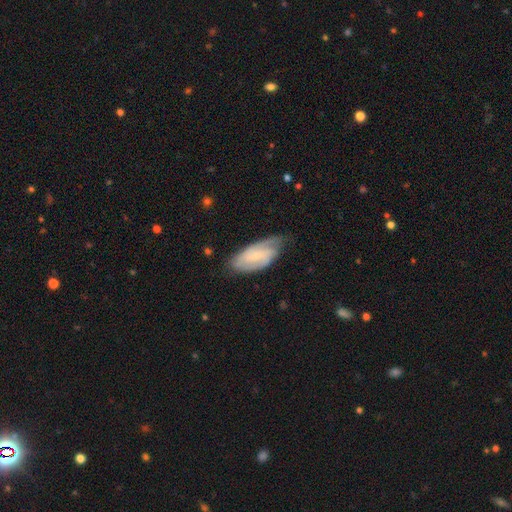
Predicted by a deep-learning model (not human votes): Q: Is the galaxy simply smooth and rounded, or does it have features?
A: featured or disk — 60%.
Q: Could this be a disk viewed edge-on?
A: no — 94%.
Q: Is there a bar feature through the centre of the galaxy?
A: no — 48%.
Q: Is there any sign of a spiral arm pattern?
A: yes — 90%.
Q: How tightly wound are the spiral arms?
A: tight — 43%.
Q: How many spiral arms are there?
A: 2 — 56%.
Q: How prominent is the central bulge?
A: small — 62%.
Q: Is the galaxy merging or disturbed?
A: none — 58%.